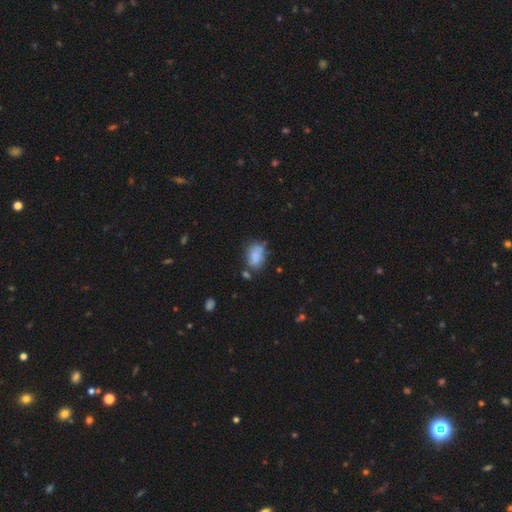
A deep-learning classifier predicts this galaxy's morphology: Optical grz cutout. It shows a smooth galaxy with no disk features (80%) that is in between round and cigar-shaped (84%). Merging: none (50%).